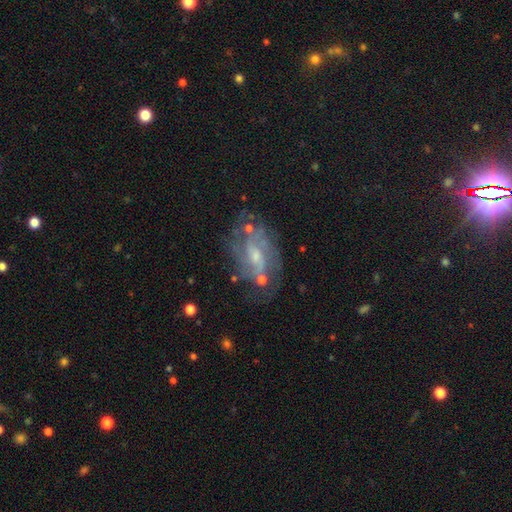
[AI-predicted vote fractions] Smooth or featured? featured or disk (79%)
Edge-on disk? no (96%)
Bar? no (47%)
Spiral arms? yes (84%)
Spiral winding? medium (44%)
Spiral arm count? can't tell (37%)
Bulge size? small (55%)
Merging? none (61%)